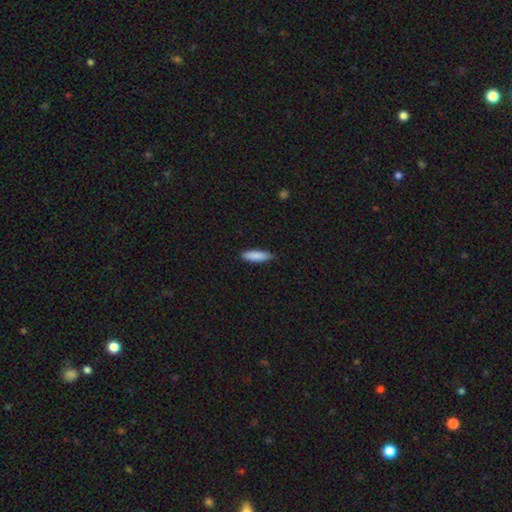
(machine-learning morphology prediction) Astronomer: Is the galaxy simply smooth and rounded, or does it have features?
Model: smooth — 87%.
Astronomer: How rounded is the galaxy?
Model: cigar-shaped — 57% (runner-up: in between, 42%).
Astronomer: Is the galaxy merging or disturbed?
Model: none — 80%.